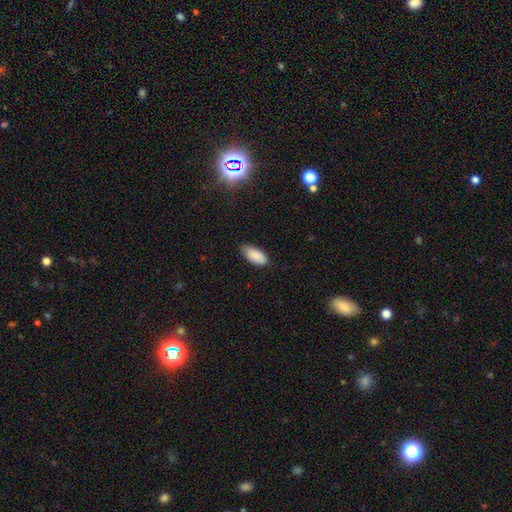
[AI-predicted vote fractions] Morphology: type=smooth (87%); roundness=in between (92%); merging=none (66%).